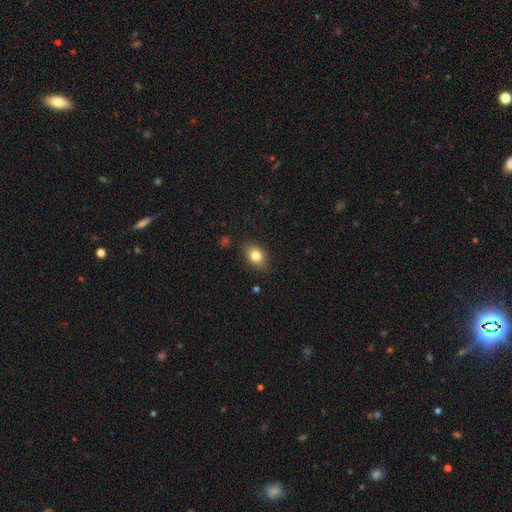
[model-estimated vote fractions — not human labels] Smooth or featured: smooth — 81% (star or artifact — 9%)
How rounded: in between — 74% (round — 24%)
Merging: none — 85% (minor disturbance — 11%)